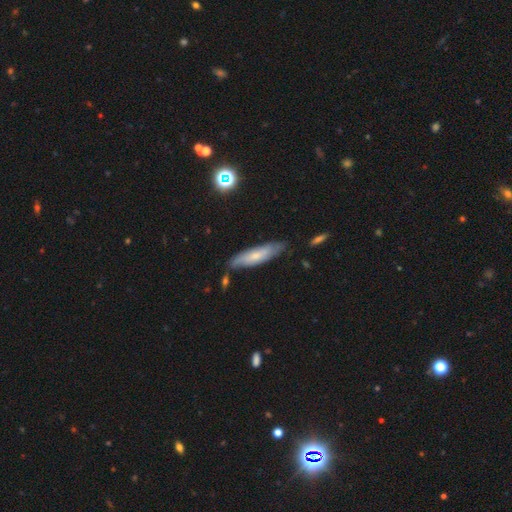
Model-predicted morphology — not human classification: This appears to be a smooth galaxy with no disk features (57%) that is cigar-shaped (69%). Merging: none (70%).